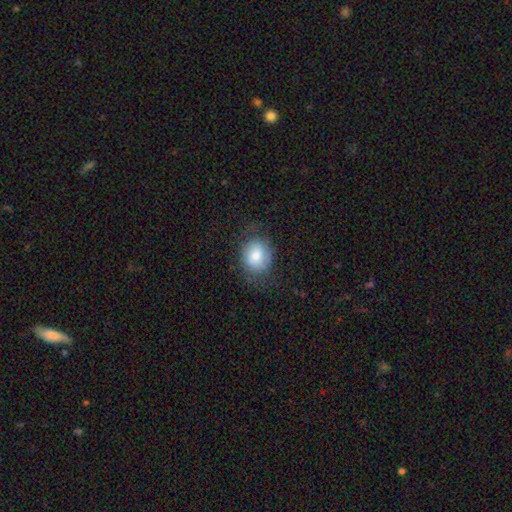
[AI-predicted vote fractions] The model was most divided on "how rounded": round: 63%, in between: 37%, cigar-shaped: 1%. More confident: smooth or featured — smooth (72%); merging — none (69%).